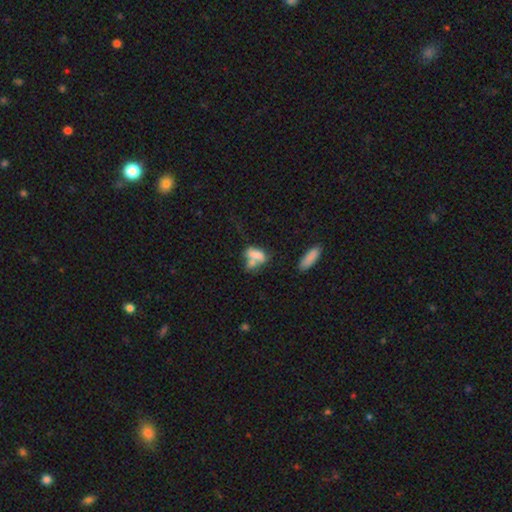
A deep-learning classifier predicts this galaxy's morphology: smooth 64%, featured or disk 25%, star or artifact 11%. Down the decision tree: how rounded — in between (76%); merging — merger (52%).